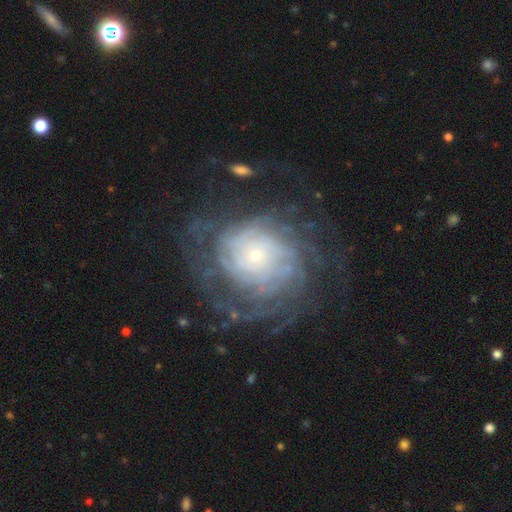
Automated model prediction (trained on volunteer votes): A featured or disk galaxy (83%) with no bar (82%), tight (72%) spiral arms (93%) and a small central bulge (73%). Merging: none (67%).